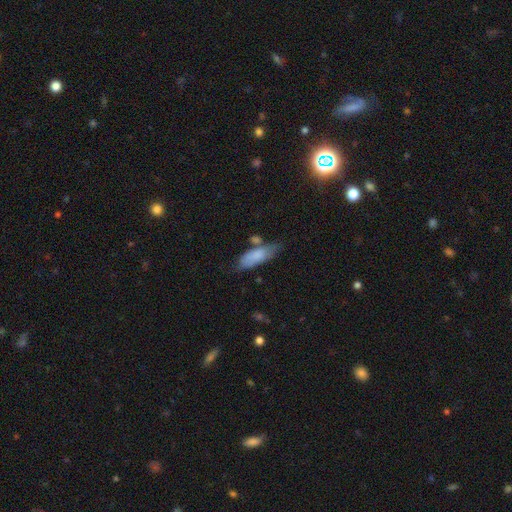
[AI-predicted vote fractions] smooth_or_featured: smooth (p=0.78) [alt: featured or disk p=0.15]
how_rounded: in between (p=0.67) [alt: cigar-shaped p=0.31]
merging: none (p=0.50) [alt: minor disturbance p=0.27]